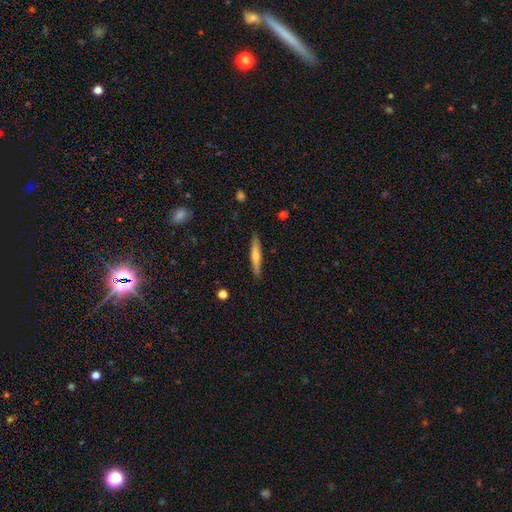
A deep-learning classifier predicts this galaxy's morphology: smooth-or-featured: smooth: 57% | featured or disk: 37% | star or artifact: 6%
  how-rounded: cigar-shaped: 91% | in between: 7% | round: 1%
  merging: none: 89% | minor disturbance: 9% | major disturbance: 2% | merger: 1%